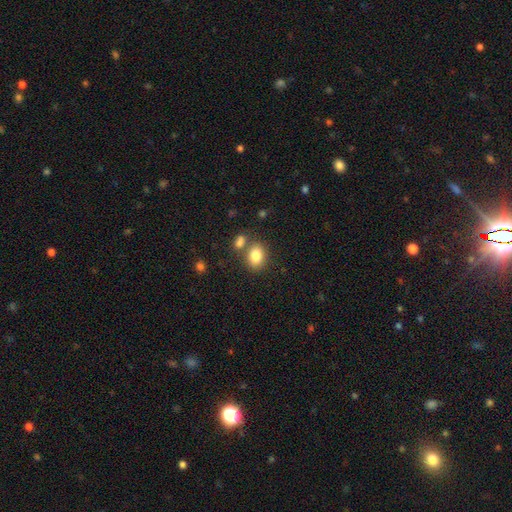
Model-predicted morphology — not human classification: A smooth galaxy with no disk features (83%) that is in between round and cigar-shaped (63%).

Vote fractions:
- Smooth or featured? smooth: 83% / star or artifact: 9% / featured or disk: 8%
- How rounded? in between: 63% / round: 36% / cigar-shaped: 1%
- Merging? none: 66% / merger: 19% / minor disturbance: 11% / major disturbance: 4%